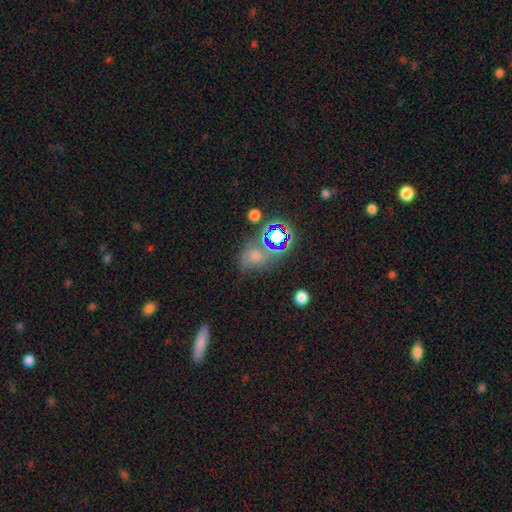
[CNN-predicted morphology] Smooth or featured? Predicted: smooth (p=0.49). Merging? Predicted: none (p=0.46).